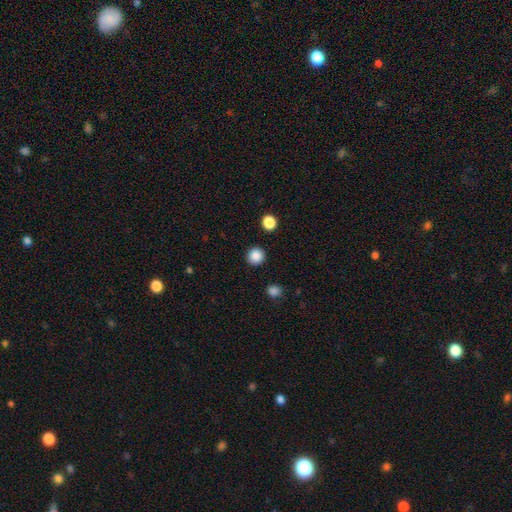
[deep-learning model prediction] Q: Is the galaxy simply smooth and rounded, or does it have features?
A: smooth — 87%.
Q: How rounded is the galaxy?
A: round — 94%.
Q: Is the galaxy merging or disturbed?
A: none — 92%.